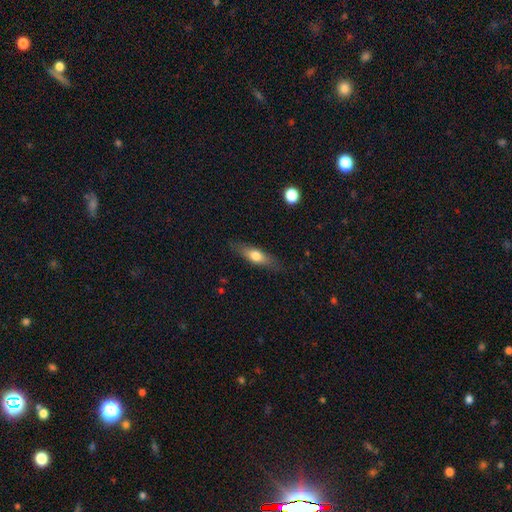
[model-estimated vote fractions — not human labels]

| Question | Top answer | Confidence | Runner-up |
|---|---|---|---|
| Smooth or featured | smooth | 62% | featured or disk (31%) |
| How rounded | cigar-shaped | 53% | in between (44%) |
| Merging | none | 83% | minor disturbance (12%) |